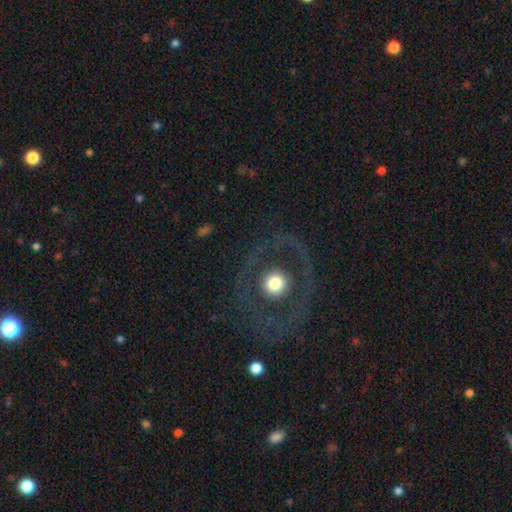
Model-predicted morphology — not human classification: Smooth or featured: featured or disk — 59% (smooth — 31%)
Edge-on disk: no — 94% (yes — 6%)
Bar: no — 87% (weak — 9%)
Spiral arms: no — 81% (yes — 19%)
Bulge size: moderate — 56% (large — 32%)
Merging: none — 82% (minor disturbance — 10%)